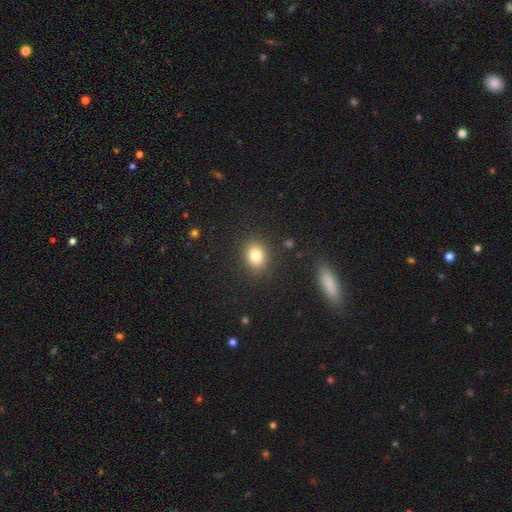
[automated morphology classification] This is clearly a smooth galaxy (82%). How rounded: possibly round (54%). Merging: clearly none (87%).